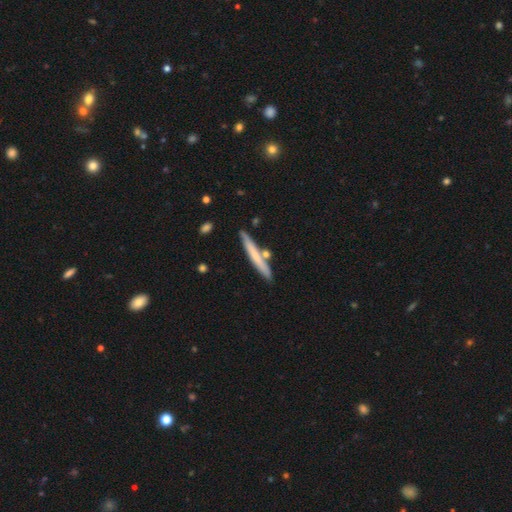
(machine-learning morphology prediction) This appears to be a smooth galaxy with no disk features (58%) that is cigar-shaped (95%). Merging: none (79%).